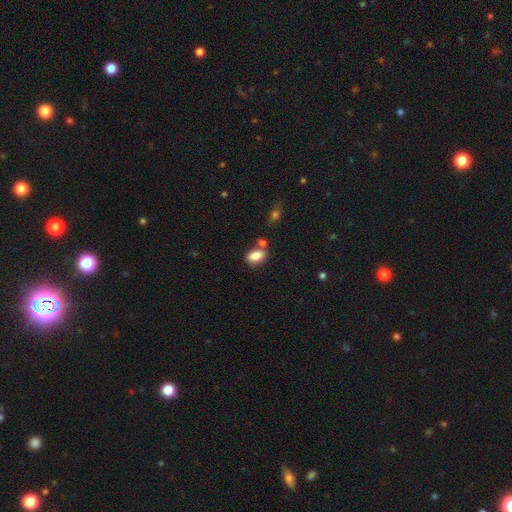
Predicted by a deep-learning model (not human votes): Smooth or featured? smooth (85%)
How rounded? in between (87%)
Merging? none (62%)